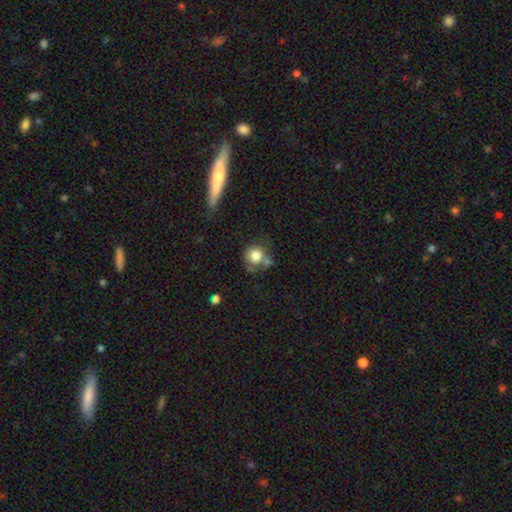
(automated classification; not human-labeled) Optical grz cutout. It shows a smooth galaxy with no disk features (78%) that is round (82%). Merging: none (46%).